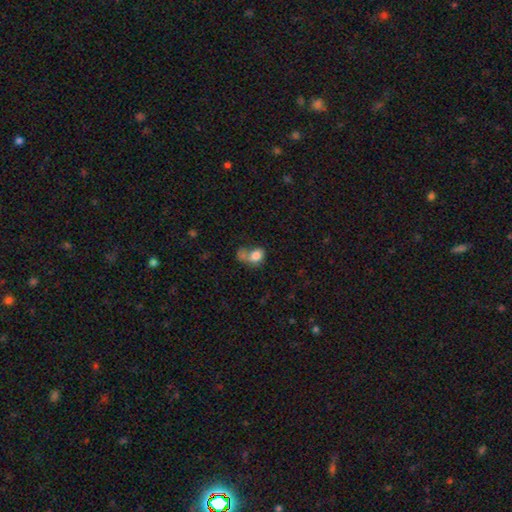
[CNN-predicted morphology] This is likely a smooth galaxy (77%). How rounded: likely in between (66%). Merging: marginally merger (45%).